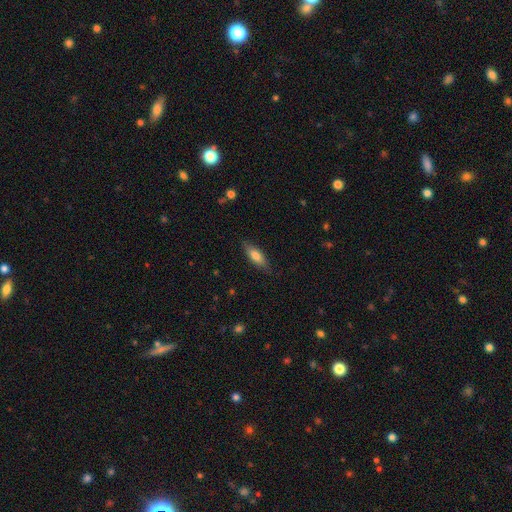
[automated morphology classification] Smooth or featured? Predicted: smooth (p=0.75). How rounded? Predicted: in between (p=0.61). Merging? Predicted: none (p=0.82).